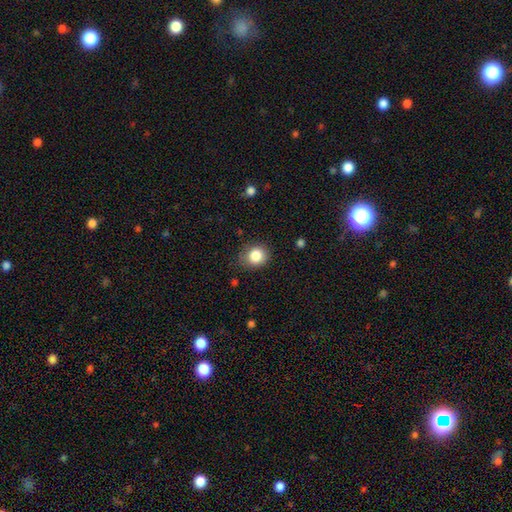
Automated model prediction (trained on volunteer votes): Smooth or featured: smooth — 85% (star or artifact — 10%)
How rounded: round — 73% (in between — 26%)
Merging: none — 77% (minor disturbance — 17%)